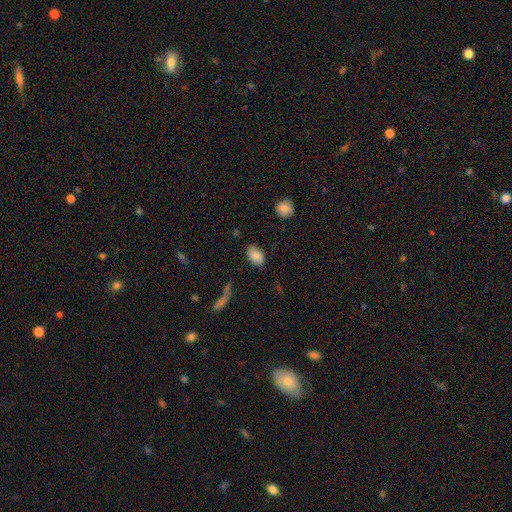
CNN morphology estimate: type=smooth (81%); roundness=in between (91%); merging=none (76%).